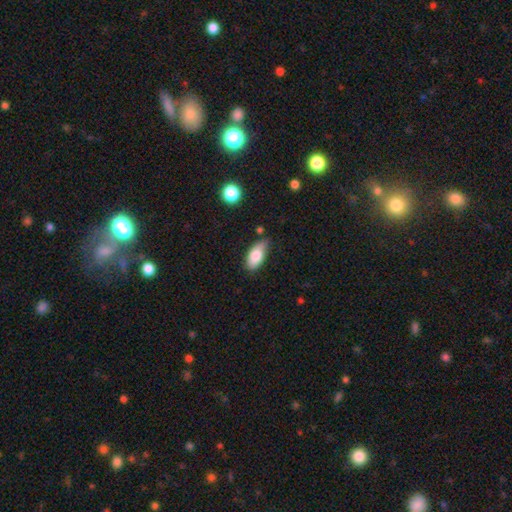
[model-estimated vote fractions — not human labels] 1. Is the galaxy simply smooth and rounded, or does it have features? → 80% smooth, 14% featured or disk, 7% star or artifact.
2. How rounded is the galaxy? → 90% in between, 7% cigar-shaped, 3% round.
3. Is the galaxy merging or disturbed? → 64% none, 28% minor disturbance, 5% major disturbance, 3% merger.